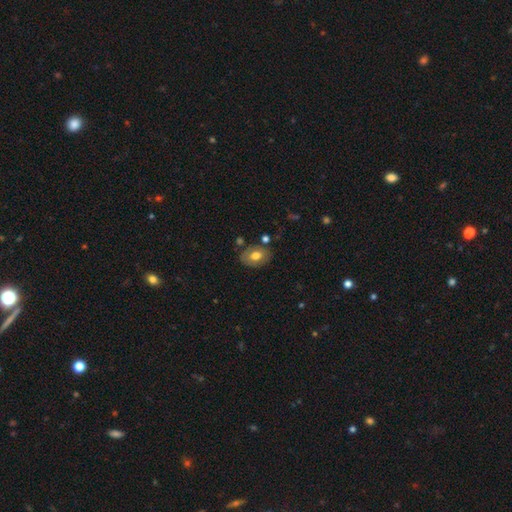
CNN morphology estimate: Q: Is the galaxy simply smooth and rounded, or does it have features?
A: smooth — 65%.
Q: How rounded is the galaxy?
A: in between — 77%.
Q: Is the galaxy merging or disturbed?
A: none — 76%.